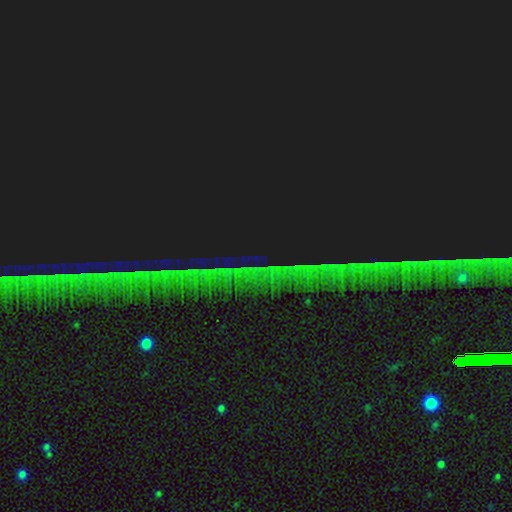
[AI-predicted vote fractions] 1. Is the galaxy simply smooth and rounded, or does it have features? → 87% star or artifact, 7% featured or disk, 6% smooth.